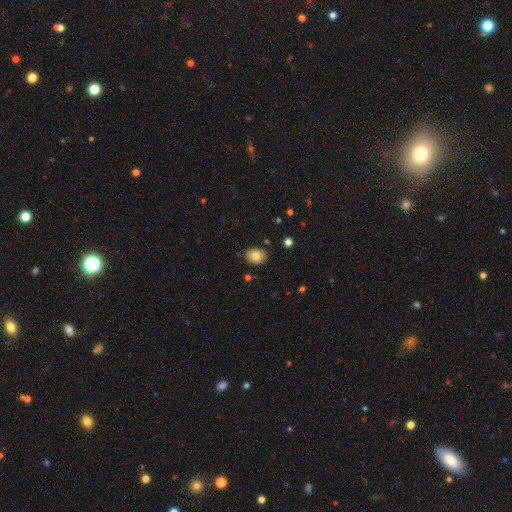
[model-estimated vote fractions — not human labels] Smooth or featured?
  - smooth: 80% *
  - featured or disk: 11%
  - star or artifact: 9%
How rounded?
  - in between: 55% *
  - round: 45%
  - cigar-shaped: 1%
Merging?
  - none: 85% *
  - minor disturbance: 11%
  - major disturbance: 2%
  - merger: 2%